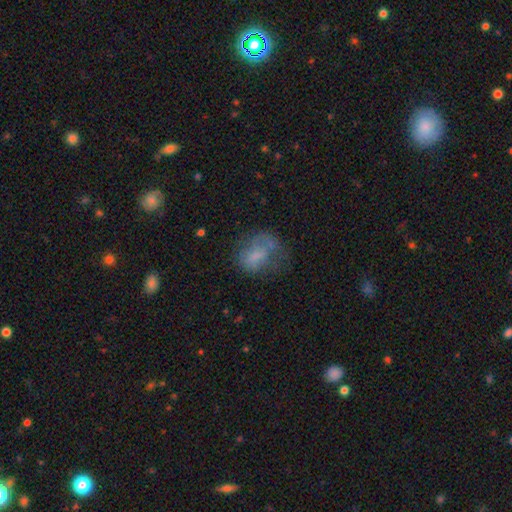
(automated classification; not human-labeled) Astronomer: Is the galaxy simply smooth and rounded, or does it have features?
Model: smooth — 59%.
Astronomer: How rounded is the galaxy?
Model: in between — 65%.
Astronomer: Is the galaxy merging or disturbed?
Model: none — 34%, tied with major disturbance at 34%.